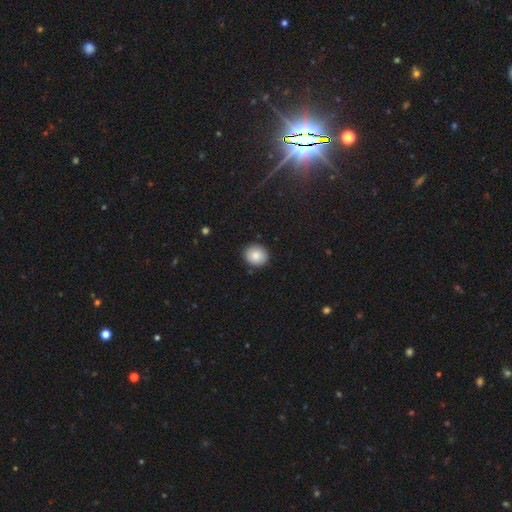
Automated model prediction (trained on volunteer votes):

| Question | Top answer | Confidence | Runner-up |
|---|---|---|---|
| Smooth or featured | smooth | 86% | star or artifact (8%) |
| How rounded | round | 82% | in between (17%) |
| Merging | none | 89% | minor disturbance (8%) |